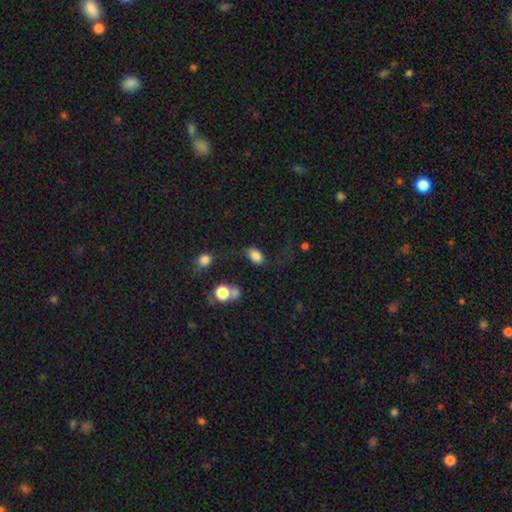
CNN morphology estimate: smooth-or-featured: smooth: 80% | featured or disk: 10% | star or artifact: 10%
  how-rounded: in between: 86% | round: 12% | cigar-shaped: 2%
  merging: none: 51% | minor disturbance: 22% | major disturbance: 19% | merger: 8%